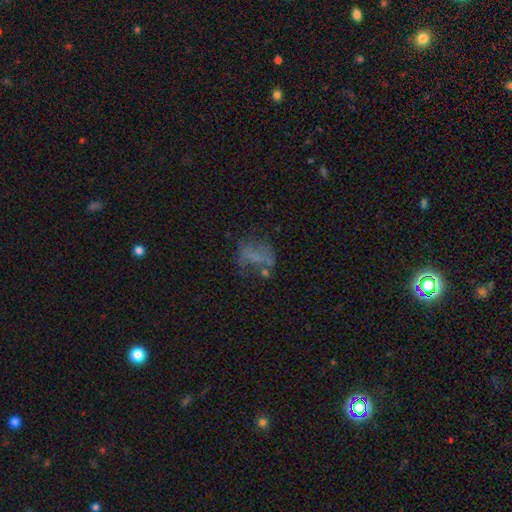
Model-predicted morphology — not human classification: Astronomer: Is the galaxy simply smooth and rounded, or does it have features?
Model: smooth — 41% (runner-up: featured or disk, 39%).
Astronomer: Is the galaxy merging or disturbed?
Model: none — 43% (runner-up: major disturbance, 27%).